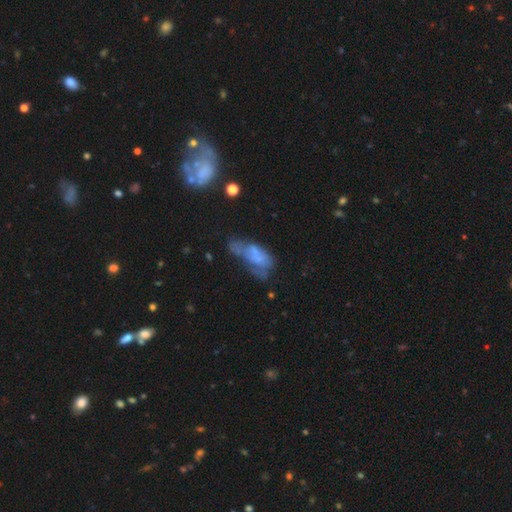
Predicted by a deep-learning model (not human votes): Smooth or featured? Predicted: smooth (p=0.48). Merging? Predicted: major disturbance (p=0.33).